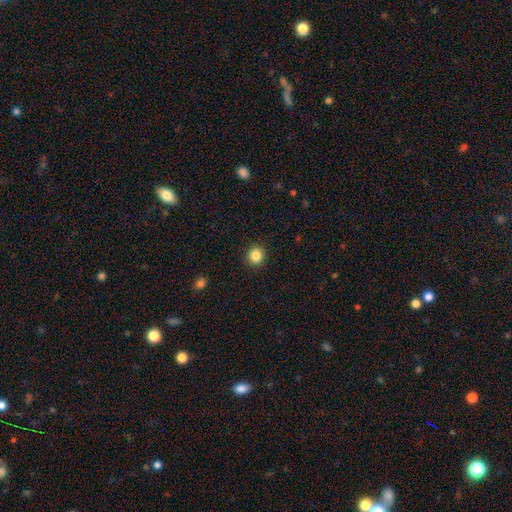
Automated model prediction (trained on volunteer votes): A smooth galaxy with no disk features (85%) that is round (91%). Merging: none (92%).